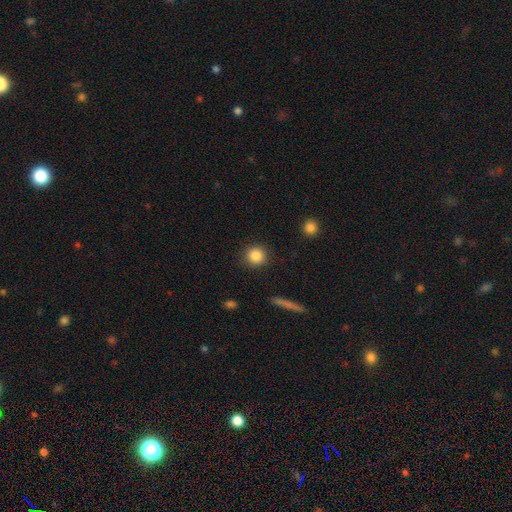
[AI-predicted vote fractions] smooth-or-featured: smooth: 85% | star or artifact: 10% | featured or disk: 5%
  how-rounded: round: 92% | in between: 7% | cigar-shaped: 1%
  merging: none: 90% | minor disturbance: 6% | major disturbance: 2% | merger: 1%